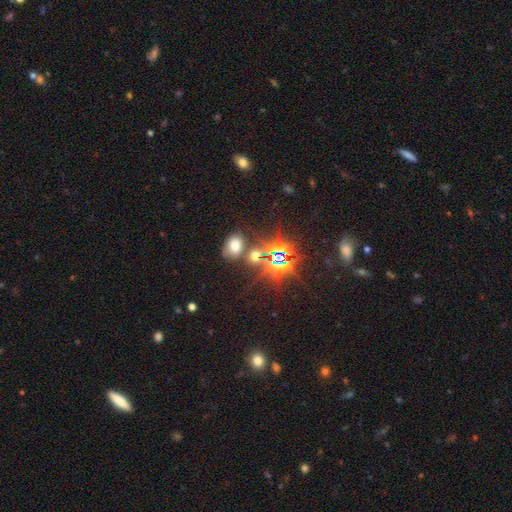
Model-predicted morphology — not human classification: star or artifact 52%, smooth 39%, featured or disk 10%.